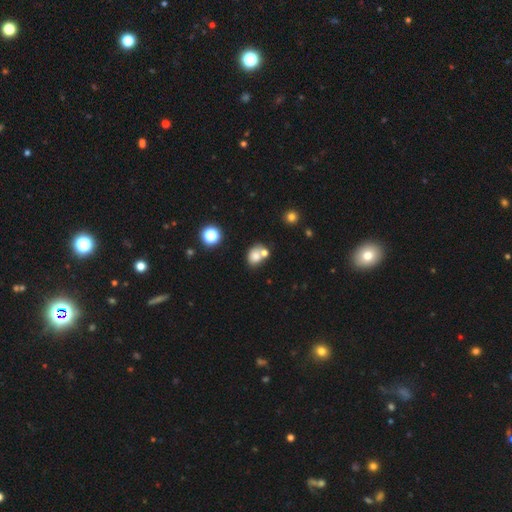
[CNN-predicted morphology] Smooth or featured? Predicted: smooth (p=0.75). How rounded? Predicted: round (p=0.51). Merging? Predicted: none (p=0.45).